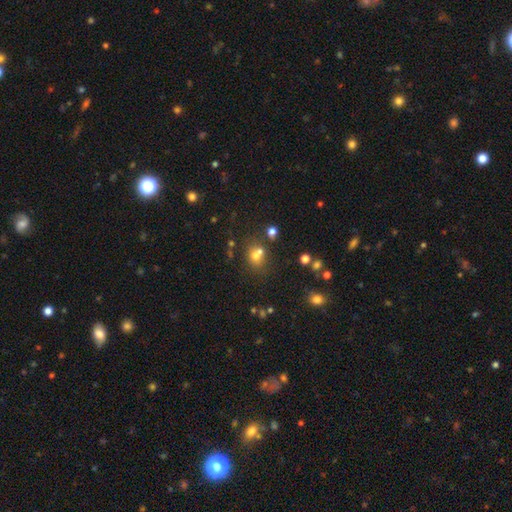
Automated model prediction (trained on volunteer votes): A smooth galaxy with no disk features (64%) that is round (63%). Merging: none (43%).